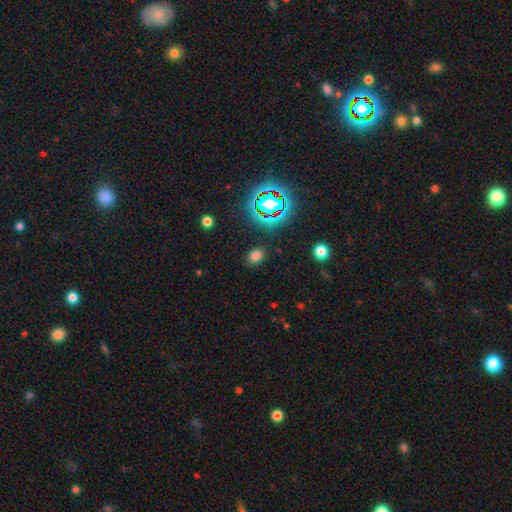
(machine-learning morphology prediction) Overall: smooth (71%). How rounded: in between (58%; round 41%). Merging: none (86%).